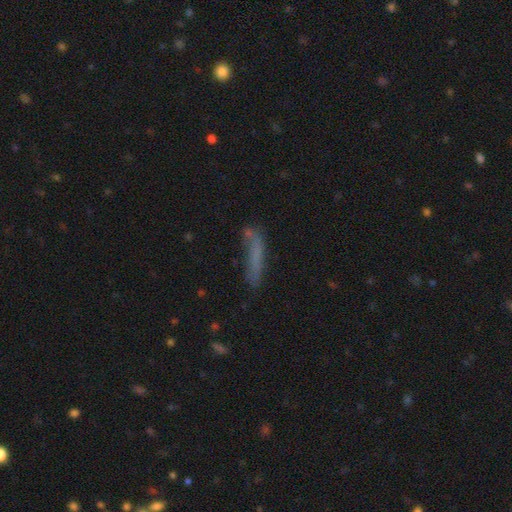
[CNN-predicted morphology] A smooth galaxy with no disk features (62%) that is cigar-shaped (83%).

Vote fractions:
- Smooth or featured? smooth: 62% / featured or disk: 26% / star or artifact: 12%
- How rounded? cigar-shaped: 83% / in between: 15% / round: 2%
- Merging? none: 52% / minor disturbance: 25% / major disturbance: 17% / merger: 6%